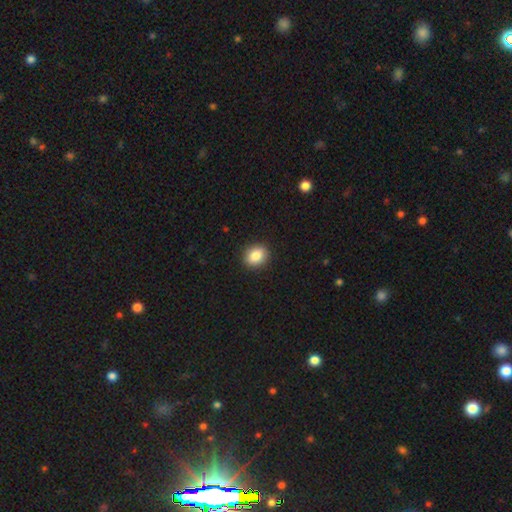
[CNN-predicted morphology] smooth-or-featured: smooth: 86% | star or artifact: 9% | featured or disk: 6%
  how-rounded: round: 53% | in between: 46% | cigar-shaped: 1%
  merging: none: 91% | minor disturbance: 6% | major disturbance: 2% | merger: 1%